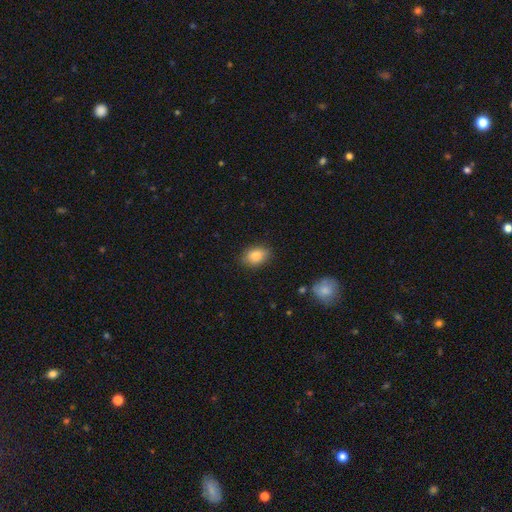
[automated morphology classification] Smooth or featured?
  - smooth: 86% *
  - star or artifact: 8%
  - featured or disk: 6%
How rounded?
  - in between: 81% *
  - round: 17%
  - cigar-shaped: 2%
Merging?
  - none: 82% *
  - minor disturbance: 14%
  - major disturbance: 3%
  - merger: 1%